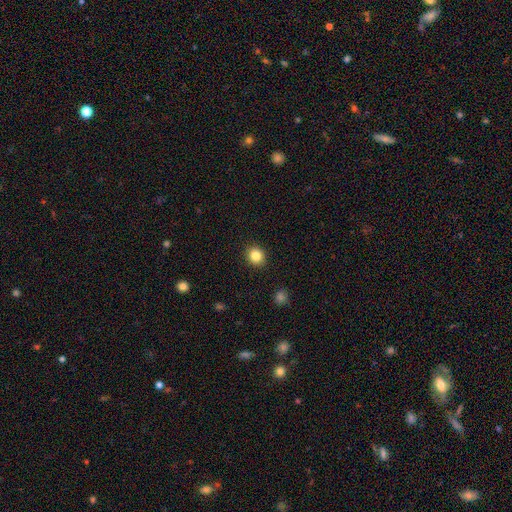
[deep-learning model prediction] The model was most divided on "how rounded": round: 81%, in between: 18%, cigar-shaped: 1%. More confident: merging — none (91%); smooth or featured — smooth (85%).